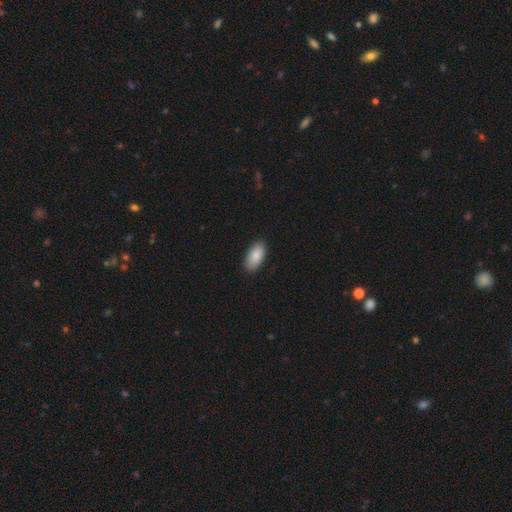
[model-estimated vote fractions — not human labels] Smooth or featured: smooth — 88% (featured or disk — 6%)
How rounded: in between — 94% (cigar-shaped — 4%)
Merging: none — 89% (minor disturbance — 8%)